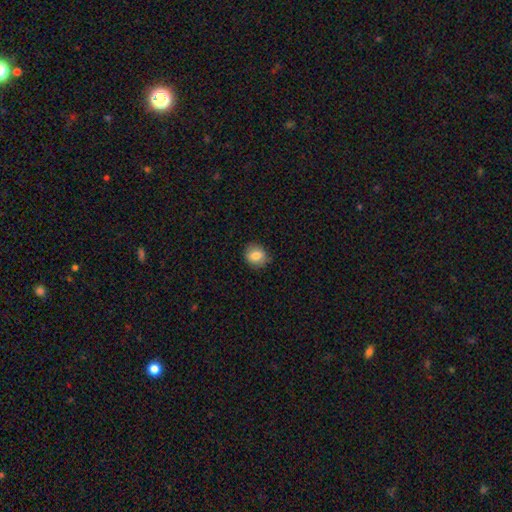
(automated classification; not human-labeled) Overall: smooth (82%). How rounded: round (73%). Merging: none (84%).